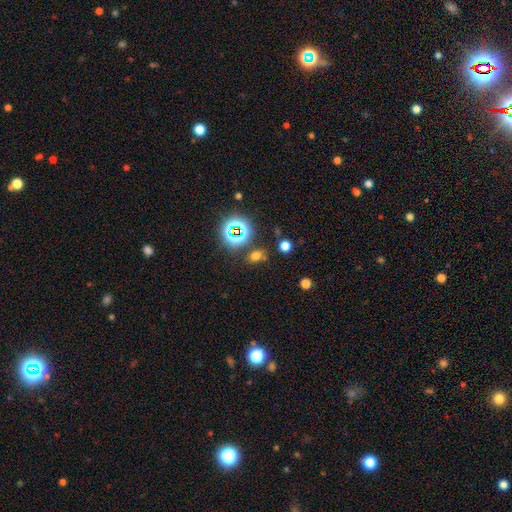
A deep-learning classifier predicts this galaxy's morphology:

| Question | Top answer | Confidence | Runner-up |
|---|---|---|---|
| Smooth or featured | smooth | 59% | star or artifact (34%) |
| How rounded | in between | 56% | round (42%) |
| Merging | none | 73% | minor disturbance (12%) |